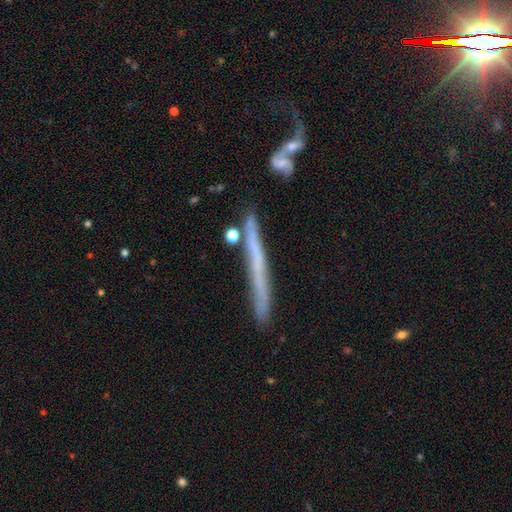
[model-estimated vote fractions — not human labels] The model was most divided on "smooth or featured": featured or disk: 51%, smooth: 38%, star or artifact: 10%. More confident: edge-on disk — yes (93%); merging — none (76%).